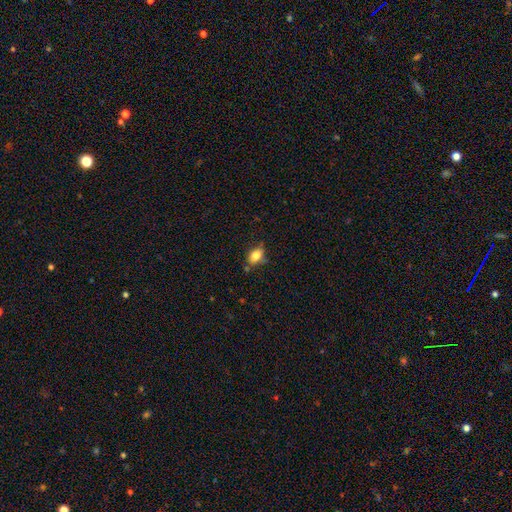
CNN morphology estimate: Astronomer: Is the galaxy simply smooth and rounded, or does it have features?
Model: smooth — 80%.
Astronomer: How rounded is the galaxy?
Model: in between — 78%.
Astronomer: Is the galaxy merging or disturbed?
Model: none — 65%.